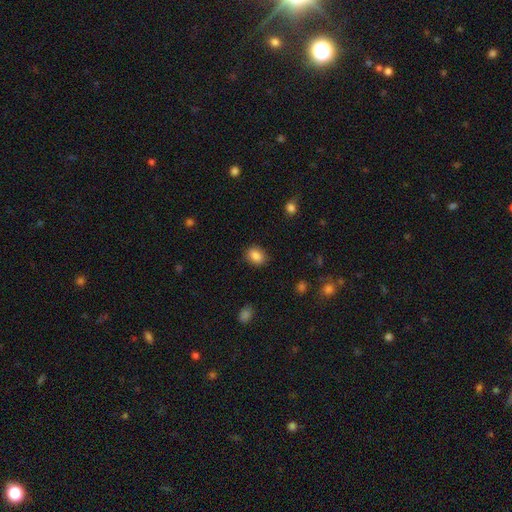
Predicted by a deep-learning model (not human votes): Smooth or featured? Predicted: smooth (p=0.86). How rounded? Predicted: in between (p=0.61). Merging? Predicted: none (p=0.86).